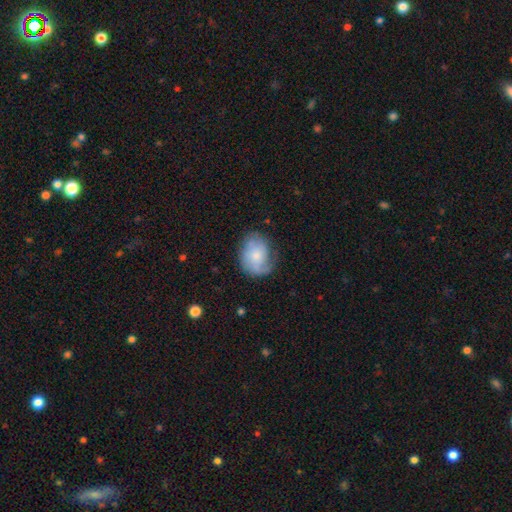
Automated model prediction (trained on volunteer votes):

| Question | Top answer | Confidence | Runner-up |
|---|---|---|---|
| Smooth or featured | smooth | 47% | featured or disk (45%) |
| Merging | none | 61% | minor disturbance (25%) |